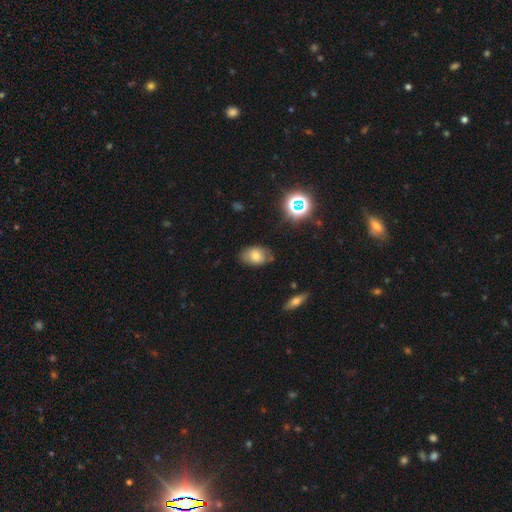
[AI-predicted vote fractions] A smooth galaxy with no disk features (73%) that is in between round and cigar-shaped (83%).

Vote fractions:
- Smooth or featured? smooth: 73% / featured or disk: 15% / star or artifact: 13%
- How rounded? in between: 83% / round: 15% / cigar-shaped: 1%
- Merging? none: 72% / minor disturbance: 21% / major disturbance: 4% / merger: 3%